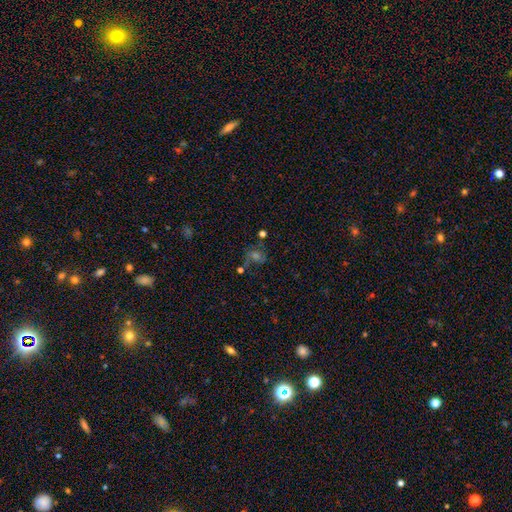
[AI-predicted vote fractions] Overall: featured or disk (35%; star or artifact 34%). Merging: none (61%).